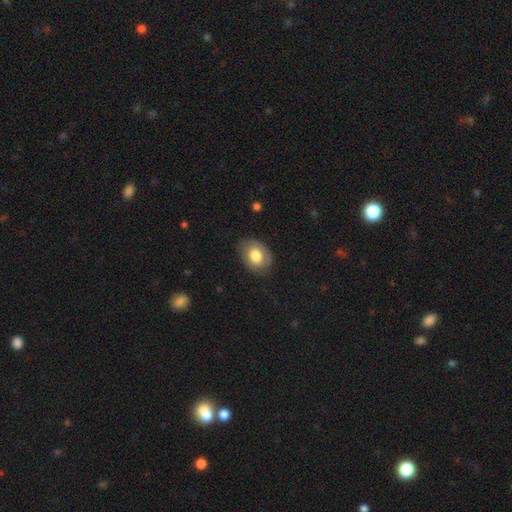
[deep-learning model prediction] Smooth or featured: smooth — 66% (featured or disk — 27%)
How rounded: in between — 76% (round — 23%)
Merging: none — 73% (minor disturbance — 19%)